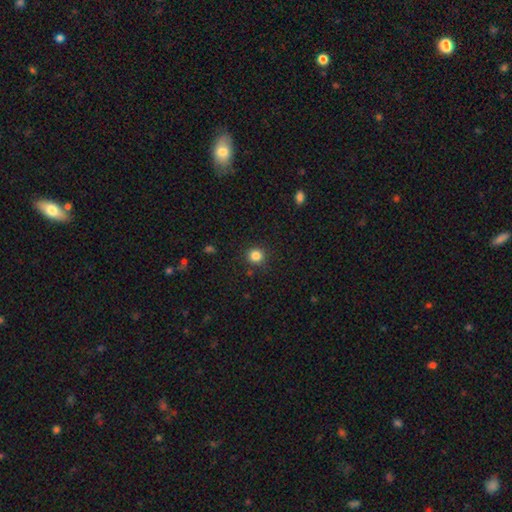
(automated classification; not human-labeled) smooth_or_featured: smooth (p=0.84) [alt: star or artifact p=0.12]
how_rounded: round (p=0.93) [alt: in between p=0.06]
merging: none (p=0.89) [alt: minor disturbance p=0.07]